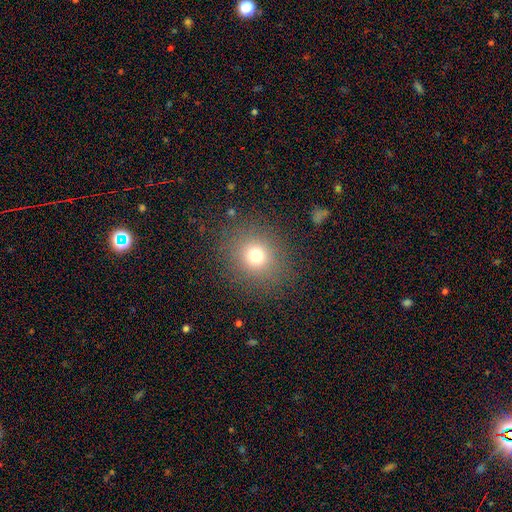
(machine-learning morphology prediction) smooth-or-featured: smooth: 73% | star or artifact: 17% | featured or disk: 10%
  how-rounded: round: 81% | in between: 18% | cigar-shaped: 1%
  merging: none: 85% | minor disturbance: 9% | major disturbance: 5% | merger: 1%